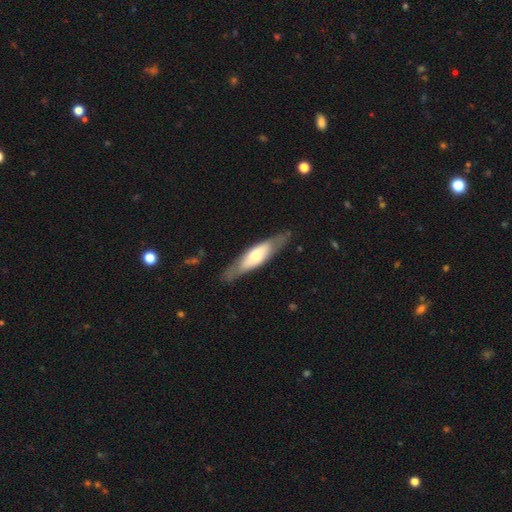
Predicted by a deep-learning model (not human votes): smooth-or-featured: featured or disk: 49% | smooth: 46% | star or artifact: 5%
  merging: none: 81% | minor disturbance: 13% | major disturbance: 4% | merger: 1%